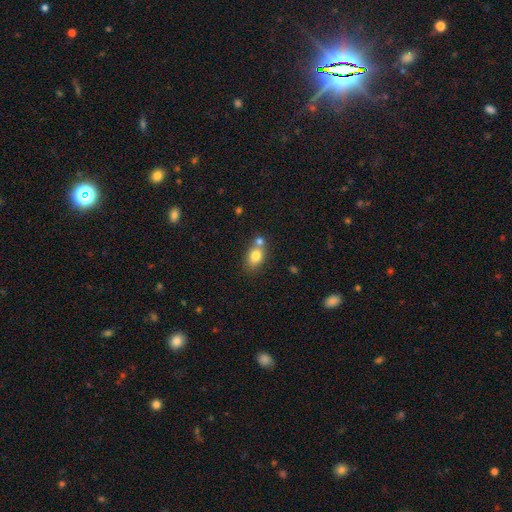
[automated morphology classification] A smooth galaxy with no disk features (78%) that is in between round and cigar-shaped (69%). Merging: none (46%).